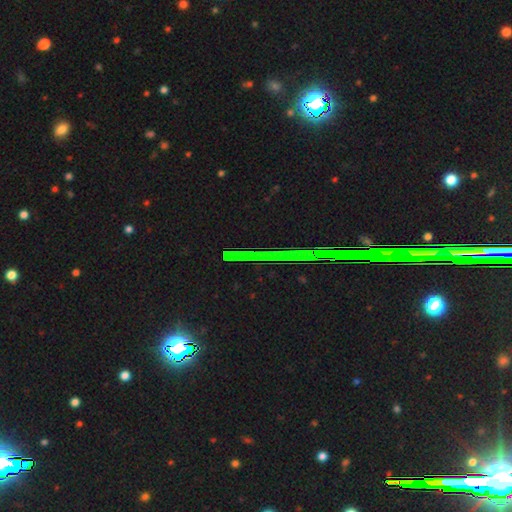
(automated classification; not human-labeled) Smooth or featured? star or artifact (80%)